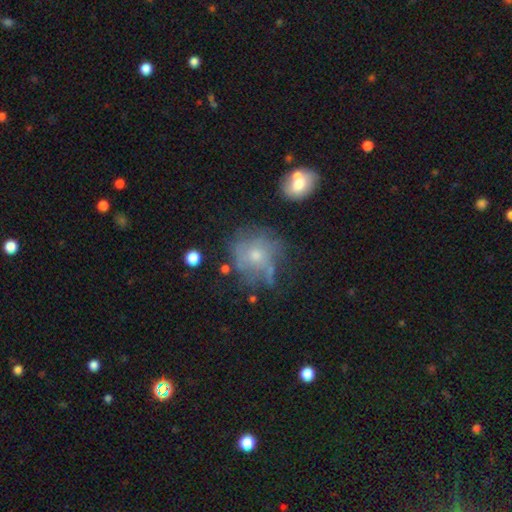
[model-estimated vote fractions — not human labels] smooth-or-featured: smooth: 43% (tied) | featured or disk: 43% (tied) | star or artifact: 14%
  merging: none: 51% | minor disturbance: 24% | major disturbance: 18% | merger: 8%